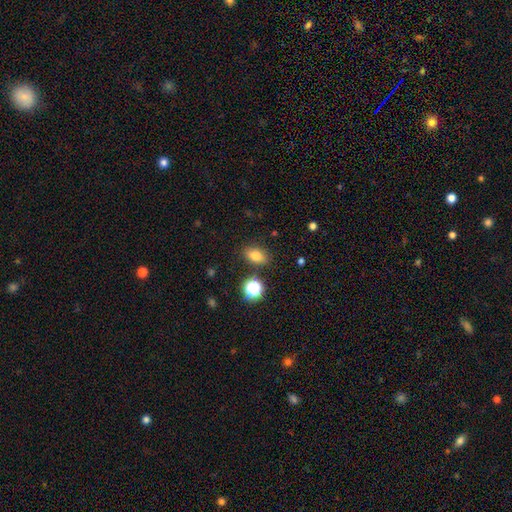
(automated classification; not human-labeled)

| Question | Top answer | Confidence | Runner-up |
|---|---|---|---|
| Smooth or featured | smooth | 77% | star or artifact (14%) |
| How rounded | in between | 77% | round (20%) |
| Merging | none | 83% | minor disturbance (10%) |